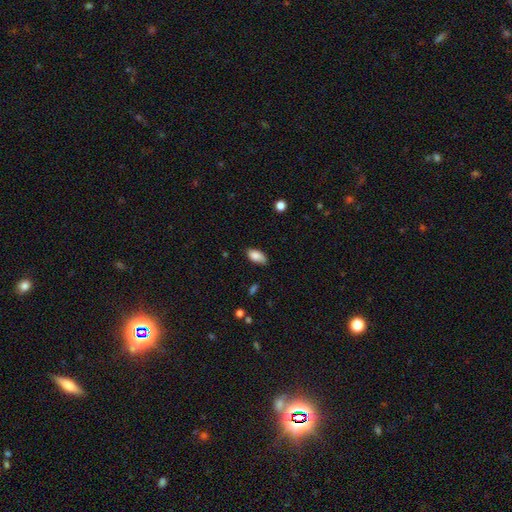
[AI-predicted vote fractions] smooth_or_featured: smooth (p=0.86) [alt: star or artifact p=0.07]
how_rounded: in between (p=0.93) [alt: cigar-shaped p=0.04]
merging: none (p=0.76) [alt: minor disturbance p=0.20]